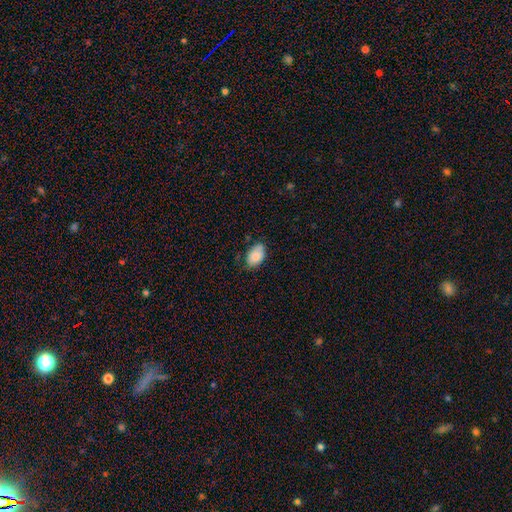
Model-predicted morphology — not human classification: This is clearly a smooth galaxy (84%). How rounded: clearly in between (91%). Merging: likely none (69%).